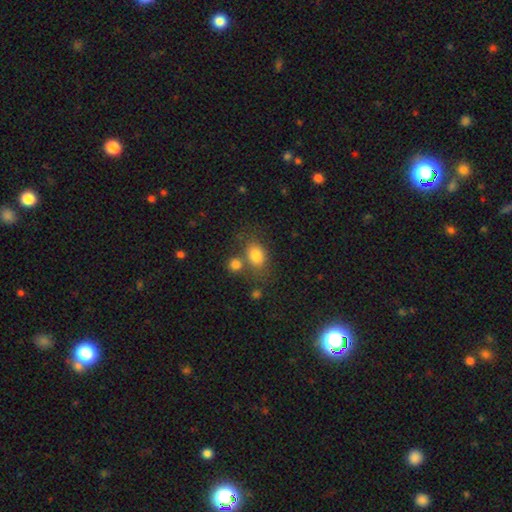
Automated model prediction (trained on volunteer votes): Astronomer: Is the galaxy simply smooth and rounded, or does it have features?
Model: smooth — 80%.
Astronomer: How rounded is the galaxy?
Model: in between — 63%.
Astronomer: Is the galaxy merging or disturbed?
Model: none — 56%.